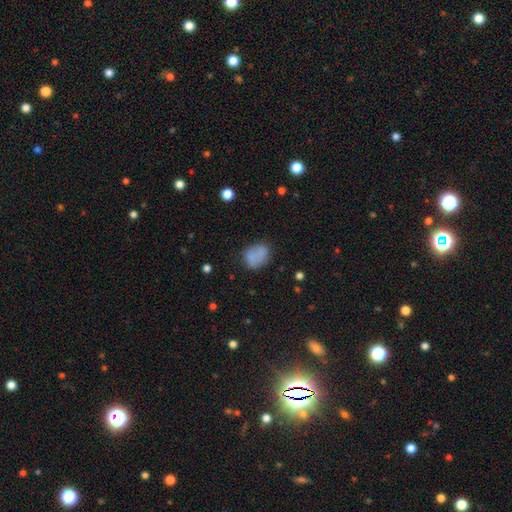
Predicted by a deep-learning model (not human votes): smooth-or-featured: smooth: 78% | featured or disk: 12% | star or artifact: 11%
  how-rounded: in between: 53% | round: 45% | cigar-shaped: 1%
  merging: none: 63% | minor disturbance: 21% | major disturbance: 8% | merger: 8%